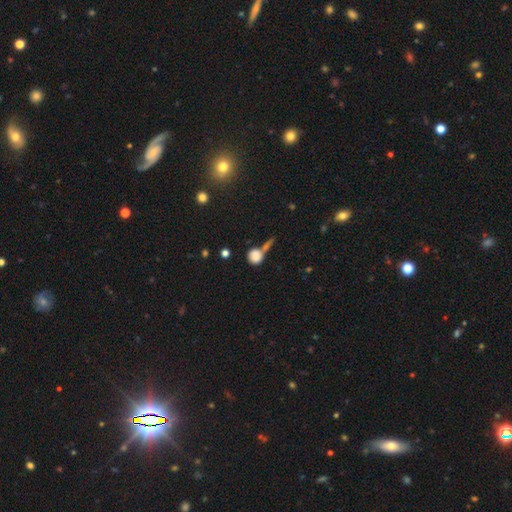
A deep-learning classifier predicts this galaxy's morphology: smooth 82%, star or artifact 10%, featured or disk 8%. Down the decision tree: how rounded — round (87%); merging — none (48%).